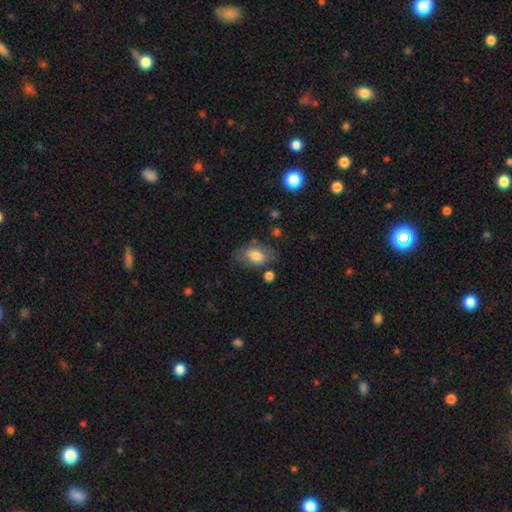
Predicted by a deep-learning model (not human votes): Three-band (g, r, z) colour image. It shows a smooth galaxy with no disk features (72%) that is in between round and cigar-shaped (90%). Merging: none (66%).